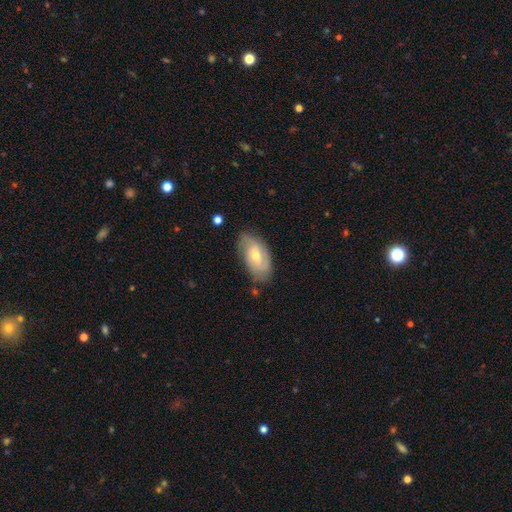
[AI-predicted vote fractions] featured or disk 56%, smooth 37%, star or artifact 7%. Down the decision tree: edge-on disk — no (91%); bar — no (58%); spiral arms — yes (76%); bulge size — moderate (54%); merging — none (73%).